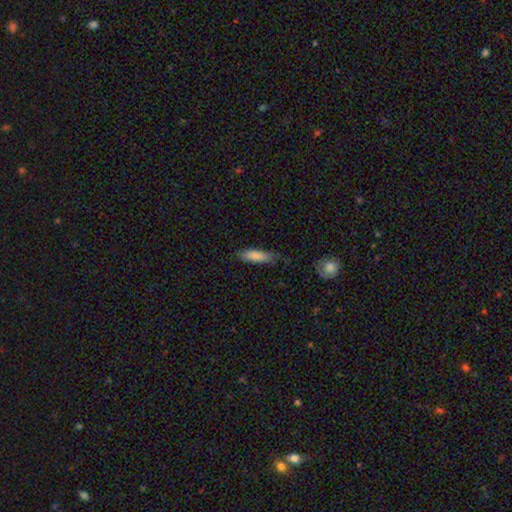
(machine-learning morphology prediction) smooth-or-featured: smooth: 83% | featured or disk: 10% | star or artifact: 6%
  how-rounded: cigar-shaped: 61% | in between: 38% | round: 2%
  merging: none: 67% | minor disturbance: 26% | major disturbance: 5% | merger: 2%